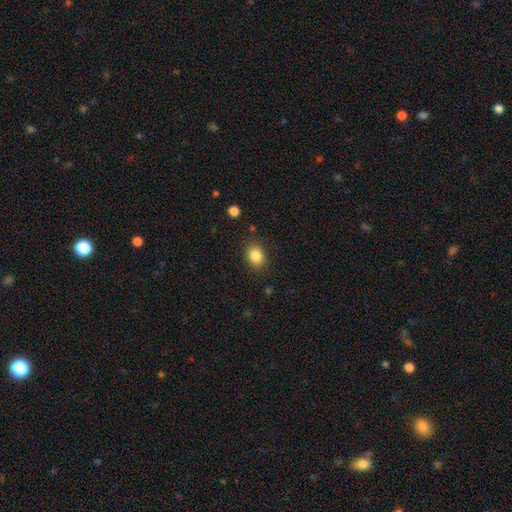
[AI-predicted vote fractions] Smooth or featured?
  - smooth: 86% *
  - star or artifact: 9%
  - featured or disk: 5%
How rounded?
  - in between: 57% *
  - round: 42%
  - cigar-shaped: 1%
Merging?
  - none: 85% *
  - minor disturbance: 11%
  - major disturbance: 3%
  - merger: 2%